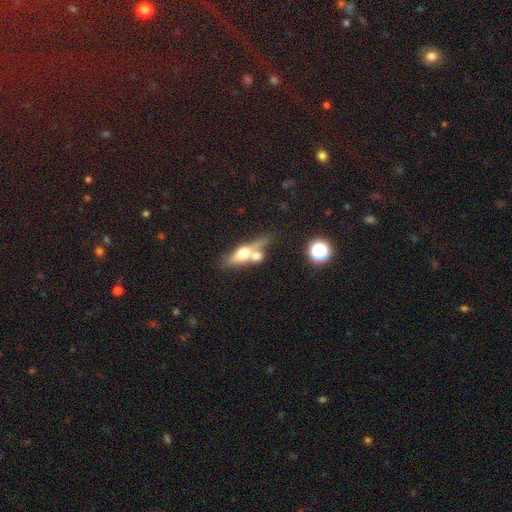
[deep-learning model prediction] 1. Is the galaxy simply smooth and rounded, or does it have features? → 46% smooth, 44% featured or disk, 9% star or artifact.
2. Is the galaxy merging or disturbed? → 52% merger, 32% none, 9% minor disturbance, 7% major disturbance.